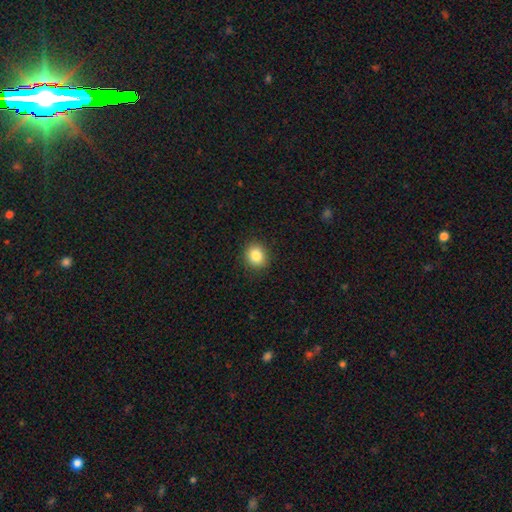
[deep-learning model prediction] Smooth or featured? smooth (84%)
How rounded? round (77%)
Merging? none (91%)